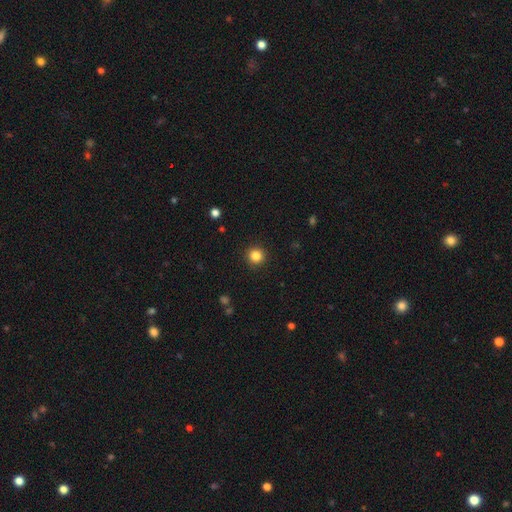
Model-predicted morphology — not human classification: Smooth or featured? Predicted: smooth (p=0.84). How rounded? Predicted: round (p=0.95). Merging? Predicted: none (p=0.92).